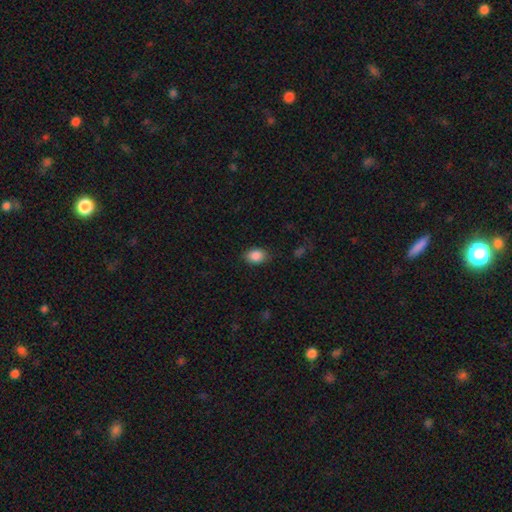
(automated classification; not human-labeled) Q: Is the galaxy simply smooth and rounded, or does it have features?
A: smooth — 88%.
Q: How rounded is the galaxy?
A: in between — 76%.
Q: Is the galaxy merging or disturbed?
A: none — 82%.